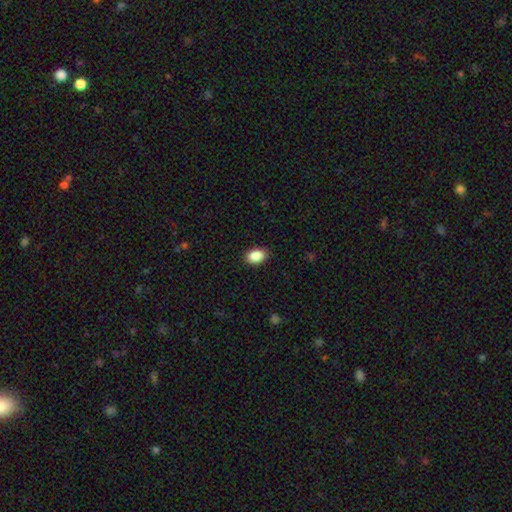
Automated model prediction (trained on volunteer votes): This is clearly a smooth galaxy (89%). How rounded: clearly in between (87%). Merging: clearly none (89%).